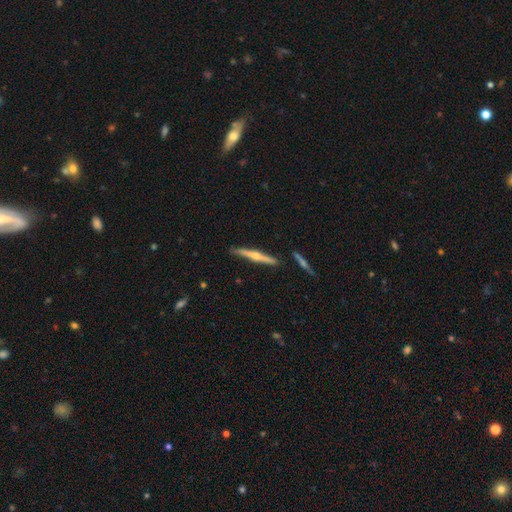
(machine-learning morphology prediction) Smooth or featured? Predicted: featured or disk (p=0.73). Edge-on disk? Predicted: yes (p=0.97). Edge-on bulge? Predicted: rounded (p=0.86). Merging? Predicted: none (p=0.86).